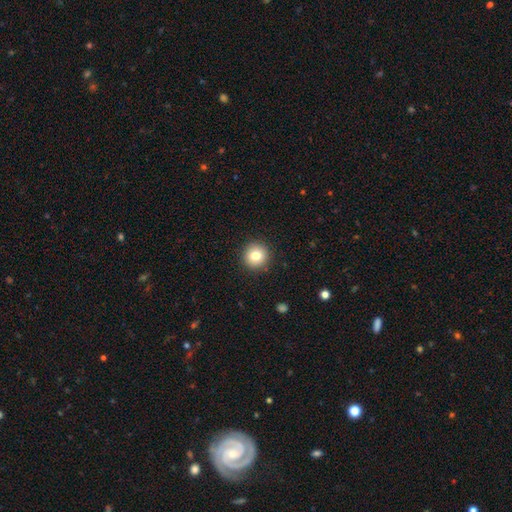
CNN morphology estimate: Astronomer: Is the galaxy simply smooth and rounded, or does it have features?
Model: smooth — 80%.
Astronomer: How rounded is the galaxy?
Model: round — 94%.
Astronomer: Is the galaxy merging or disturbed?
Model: none — 92%.